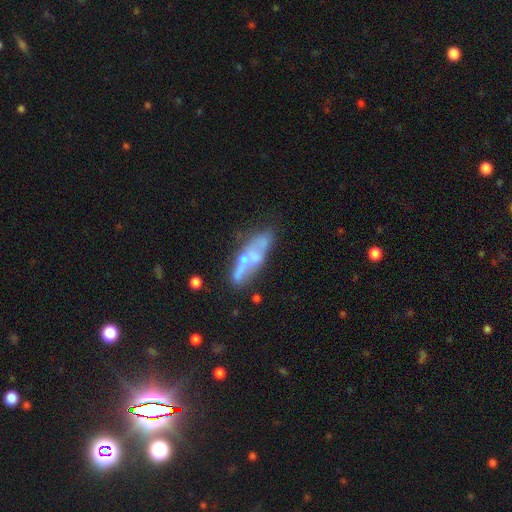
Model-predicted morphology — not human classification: smooth-or-featured: featured or disk: 52% | smooth: 39% | star or artifact: 9%
  disk-edge-on: no: 68% | yes: 32%
  merging: none: 39% | merger: 26% | minor disturbance: 20% | major disturbance: 16%